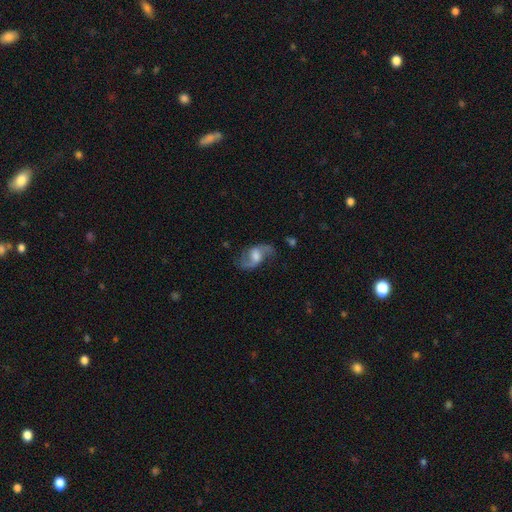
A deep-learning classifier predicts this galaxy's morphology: This appears to be a featured or disk galaxy (79%) with a weak bar (55%), 2 (91%) loose (61%) spiral arms (93%) and a moderate central bulge (42%). Merging: none (68%).